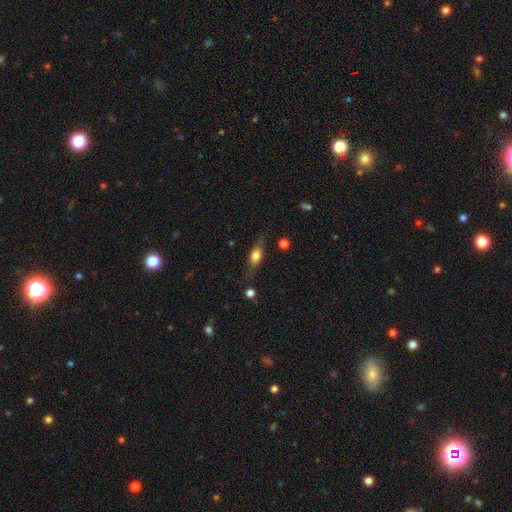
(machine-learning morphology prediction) The model was most divided on "smooth or featured": smooth: 57%, featured or disk: 35%, star or artifact: 8%. More confident: merging — none (71%); how rounded — in between (61%).